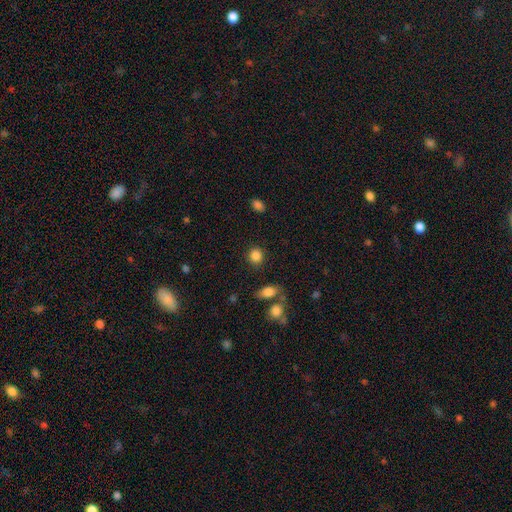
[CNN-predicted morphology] Smooth or featured?
  - smooth: 86% *
  - star or artifact: 9%
  - featured or disk: 4%
How rounded?
  - round: 85% *
  - in between: 14%
  - cigar-shaped: 1%
Merging?
  - none: 86% *
  - minor disturbance: 7%
  - merger: 3%
  - major disturbance: 3%